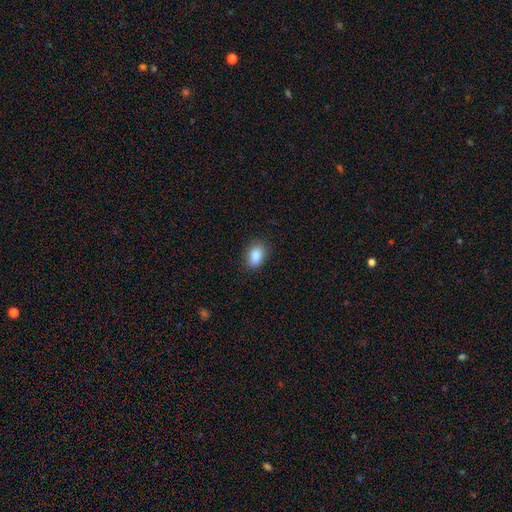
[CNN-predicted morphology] Smooth or featured: smooth — 88% (star or artifact — 8%)
How rounded: in between — 85% (round — 14%)
Merging: none — 84% (minor disturbance — 12%)